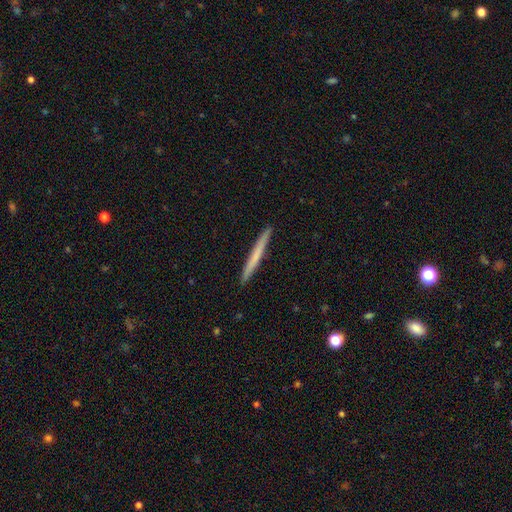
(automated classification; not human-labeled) This appears to be a smooth galaxy with no disk features (59%) that is cigar-shaped (97%). Merging: none (93%).